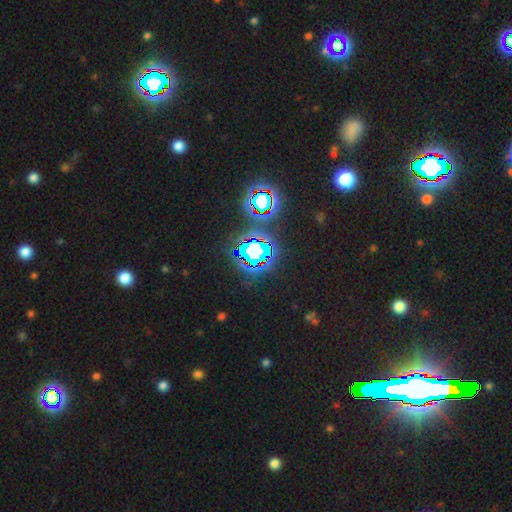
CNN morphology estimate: Smooth or featured? Predicted: star or artifact (p=0.82).